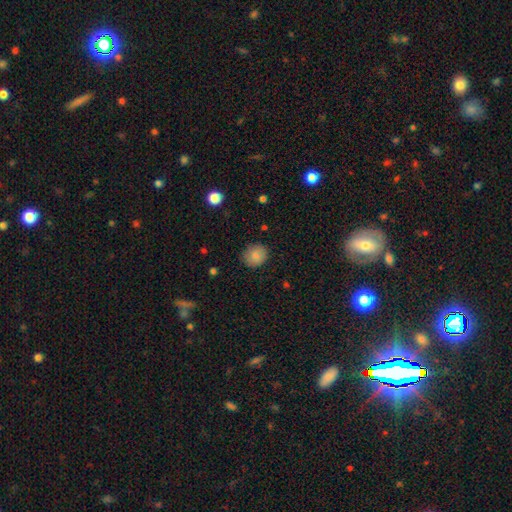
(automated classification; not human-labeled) Morphology: type=smooth (85%); roundness=round (80%); merging=none (85%).